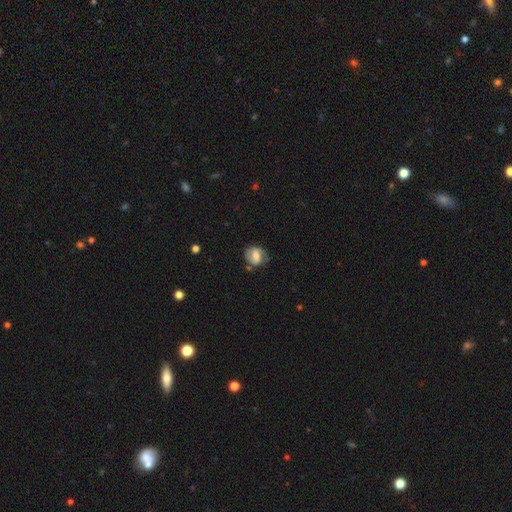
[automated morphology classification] Smooth or featured? featured or disk (64%)
Edge-on disk? no (97%)
Bar? weak (45%)
Spiral arms? yes (85%)
Spiral winding? medium (46%)
Spiral arm count? 2 (80%)
Bulge size? moderate (52%)
Merging? none (66%)